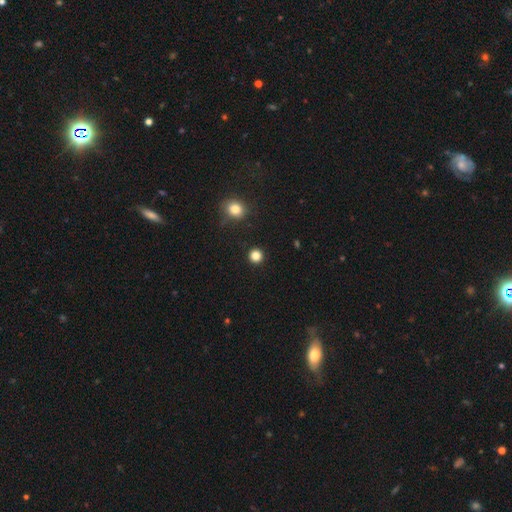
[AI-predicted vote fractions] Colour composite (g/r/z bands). It shows a smooth galaxy with no disk features (84%) that is round (94%). Merging: none (92%).